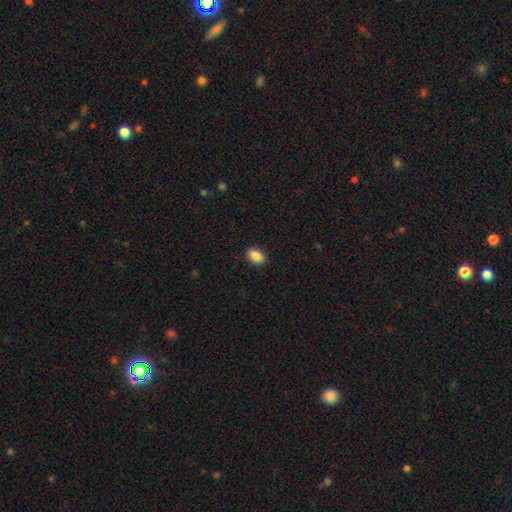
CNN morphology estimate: This appears to be a smooth galaxy with no disk features (87%) that is in between round and cigar-shaped (79%). Merging: none (90%).